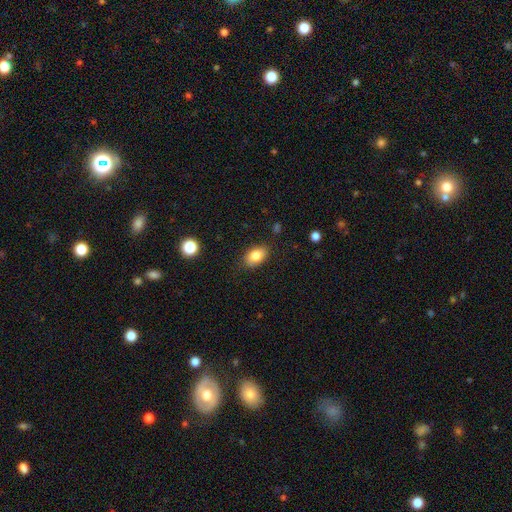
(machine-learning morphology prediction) Overall: smooth (83%). How rounded: in between (86%). Merging: none (82%).